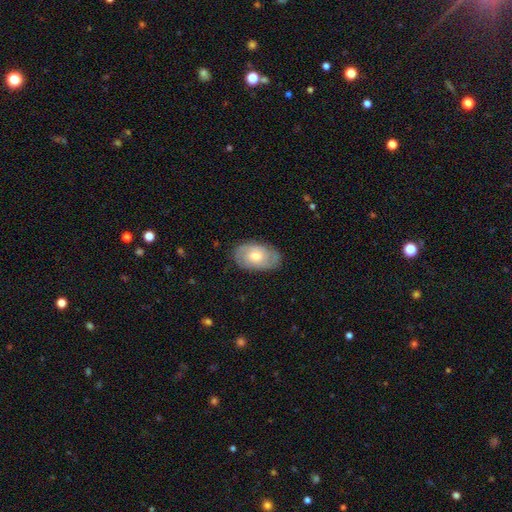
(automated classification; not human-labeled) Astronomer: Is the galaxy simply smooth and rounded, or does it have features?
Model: featured or disk — 52% (runner-up: smooth, 42%).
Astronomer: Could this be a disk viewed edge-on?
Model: no — 93%.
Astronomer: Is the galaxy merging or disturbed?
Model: none — 81%.